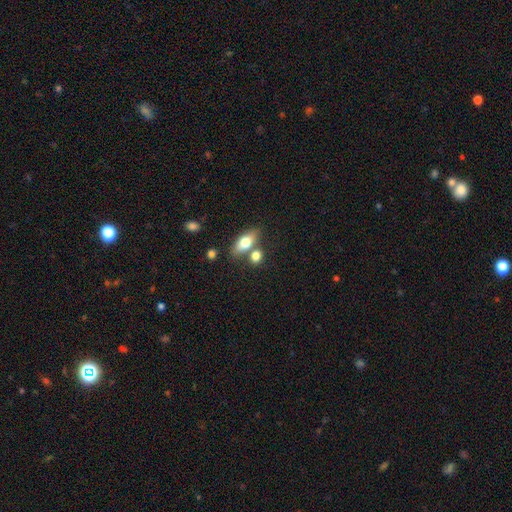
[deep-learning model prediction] Morphology: type=smooth (74%); roundness=in between (65%); merging=none (56%).